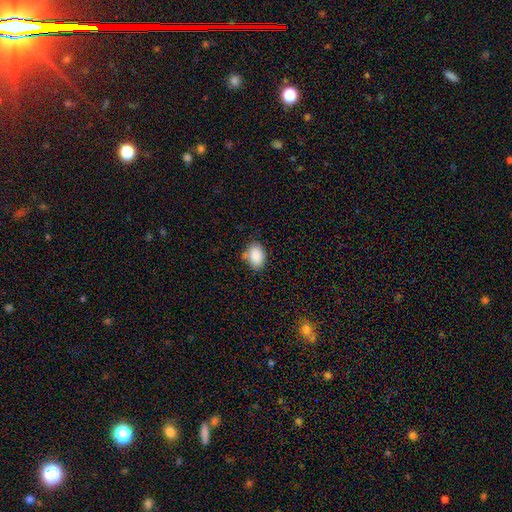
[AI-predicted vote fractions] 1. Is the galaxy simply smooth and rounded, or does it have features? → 88% smooth, 8% star or artifact, 4% featured or disk.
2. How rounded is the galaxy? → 82% in between, 16% round, 1% cigar-shaped.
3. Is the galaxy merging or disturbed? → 71% none, 20% minor disturbance, 5% merger, 4% major disturbance.